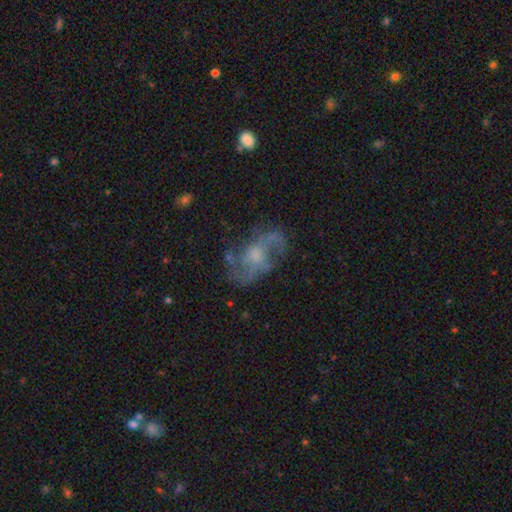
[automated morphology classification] Overall: featured or disk (73%). Edge-on disk: no (96%). Bar: no (67%; weak 28%). Spiral arms: yes (77%). Spiral arm count: 2 (66%). Spiral winding: loose (47%; medium 41%). Bulge size: moderate (43%; small 36%). Merging: none (59%; minor disturbance 20%).